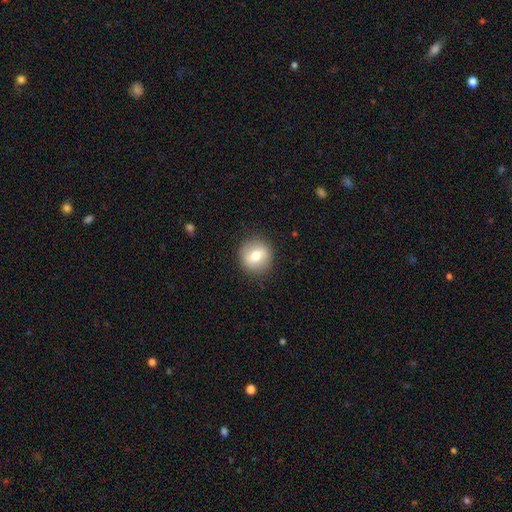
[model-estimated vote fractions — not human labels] Smooth or featured: smooth — 69% (featured or disk — 22%)
How rounded: round — 90% (in between — 9%)
Merging: none — 88% (minor disturbance — 8%)